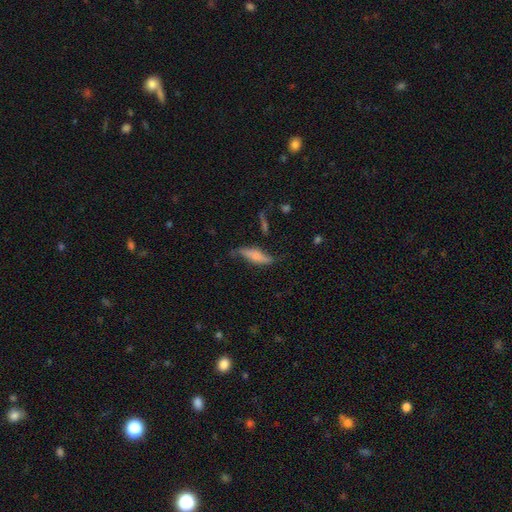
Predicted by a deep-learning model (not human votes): smooth_or_featured: smooth (p=0.61) [alt: featured or disk p=0.31]
how_rounded: cigar-shaped (p=0.61) [alt: in between p=0.36]
merging: none (p=0.59) [alt: minor disturbance p=0.27]